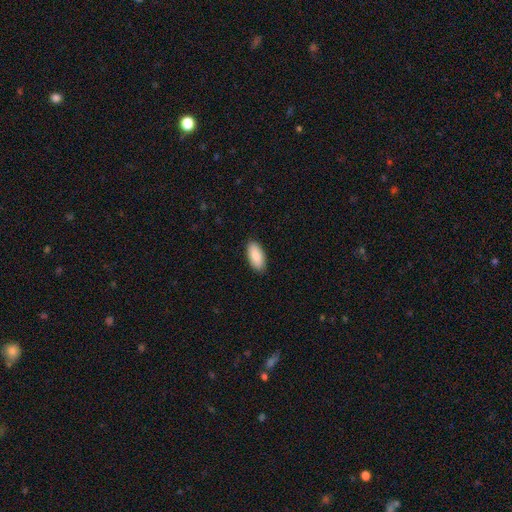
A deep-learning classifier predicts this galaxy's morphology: The model was most divided on "merging": none: 89%, minor disturbance: 8%, major disturbance: 2%, merger: 1%. More confident: how rounded — in between (92%); smooth or featured — smooth (88%).